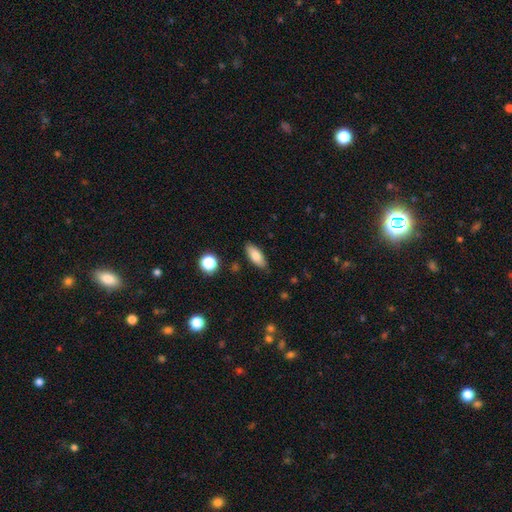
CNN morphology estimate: smooth 79%, featured or disk 13%, star or artifact 8%. Down the decision tree: how rounded — in between (81%); merging — none (85%).